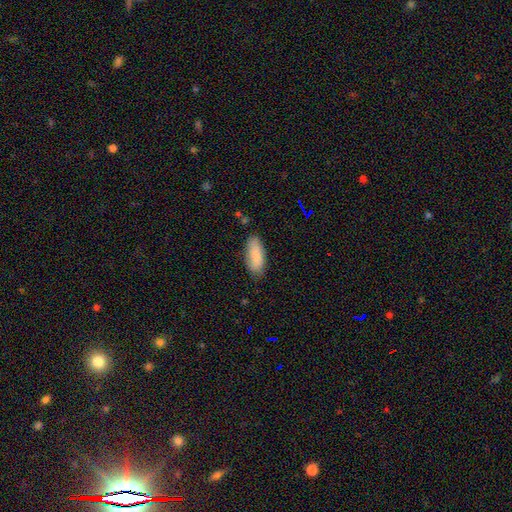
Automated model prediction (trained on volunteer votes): Smooth or featured? Predicted: smooth (p=0.86). How rounded? Predicted: in between (p=0.82). Merging? Predicted: none (p=0.77).